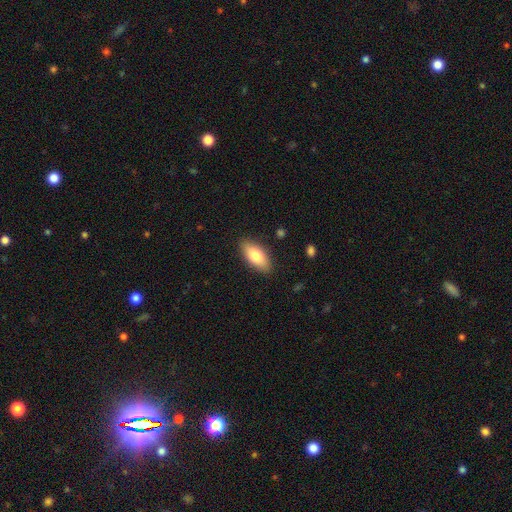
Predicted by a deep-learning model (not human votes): A smooth galaxy with no disk features (79%) that is in between round and cigar-shaped (86%). Merging: none (87%).